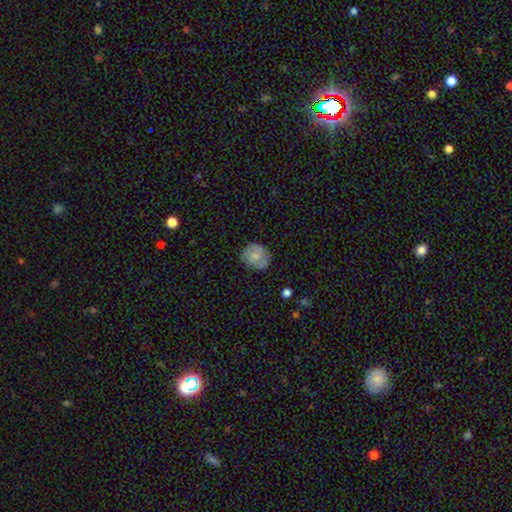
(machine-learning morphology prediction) Overall: smooth (60%; featured or disk 33%). How rounded: round (79%). Merging: none (71%).